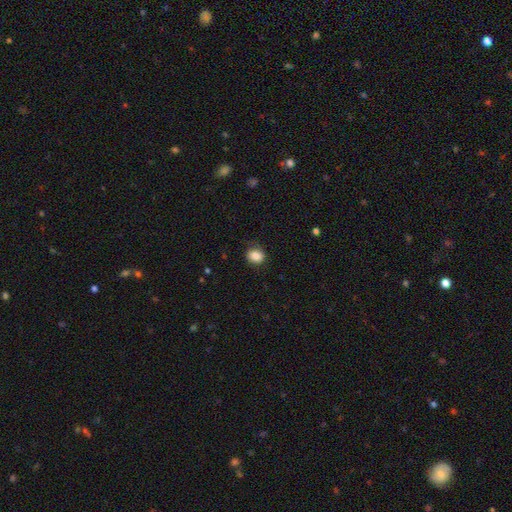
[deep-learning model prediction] Q: Smooth or featured?
A: smooth (85%); runner-up: star or artifact (9%)
Q: How rounded?
A: round (58%); runner-up: in between (41%)
Q: Merging?
A: none (83%); runner-up: minor disturbance (13%)